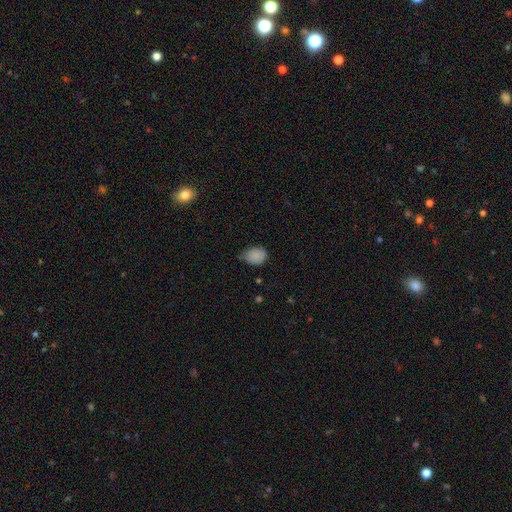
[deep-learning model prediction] Smooth or featured: smooth — 83% (star or artifact — 9%)
How rounded: in between — 55% (round — 44%)
Merging: none — 51% (minor disturbance — 40%)